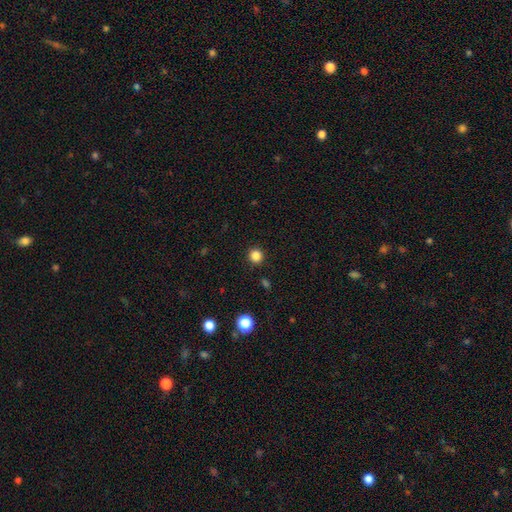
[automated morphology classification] The model was most divided on "smooth or featured": smooth: 85%, star or artifact: 12%, featured or disk: 3%. More confident: how rounded — round (93%); merging — none (91%).